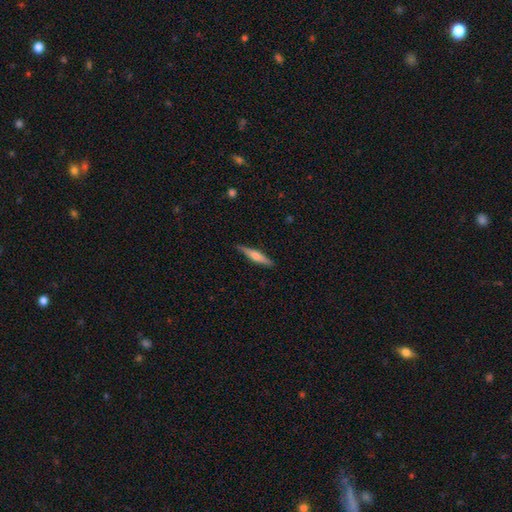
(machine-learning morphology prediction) Smooth or featured: featured or disk — 51% (smooth — 44%)
Edge-on disk: yes — 95% (no — 5%)
Merging: none — 86% (minor disturbance — 11%)